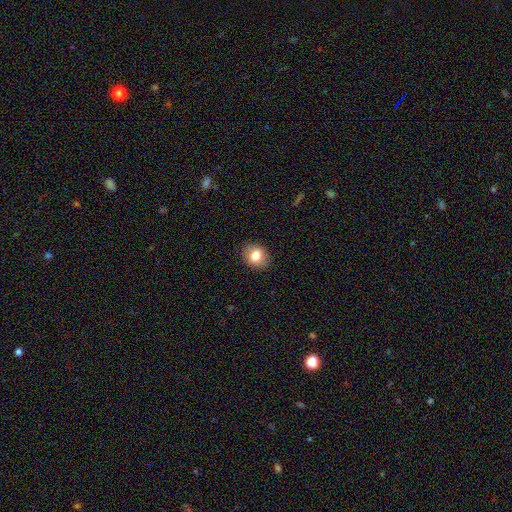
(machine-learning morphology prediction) Smooth or featured?
  - smooth: 78% *
  - featured or disk: 13%
  - star or artifact: 9%
How rounded?
  - in between: 51% *
  - round: 48%
  - cigar-shaped: 1%
Merging?
  - none: 88% *
  - minor disturbance: 9%
  - major disturbance: 2%
  - merger: 1%